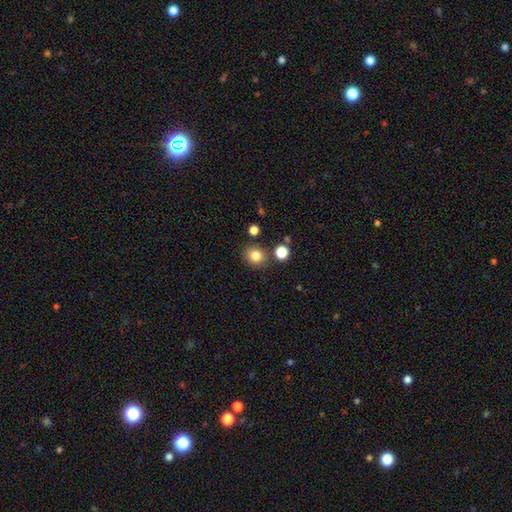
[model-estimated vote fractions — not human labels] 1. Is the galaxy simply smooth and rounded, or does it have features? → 82% smooth, 12% star or artifact, 6% featured or disk.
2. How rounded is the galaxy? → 78% round, 21% in between, 1% cigar-shaped.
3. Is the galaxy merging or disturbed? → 83% none, 9% minor disturbance, 5% merger, 3% major disturbance.